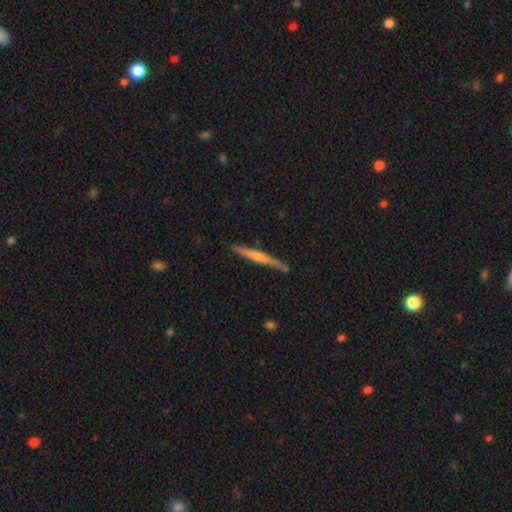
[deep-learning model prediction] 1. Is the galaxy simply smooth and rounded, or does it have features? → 71% featured or disk, 22% smooth, 7% star or artifact.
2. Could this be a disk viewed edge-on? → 98% yes, 2% no.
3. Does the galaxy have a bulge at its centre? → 71% rounded, 21% none, 8% boxy.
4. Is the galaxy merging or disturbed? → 89% none, 8% minor disturbance, 1% major disturbance, 1% merger.